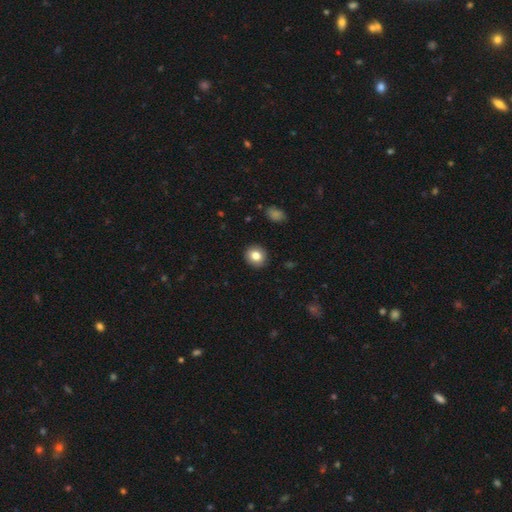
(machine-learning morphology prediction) This appears to be a smooth galaxy with no disk features (82%) that is round (81%). Merging: none (91%).